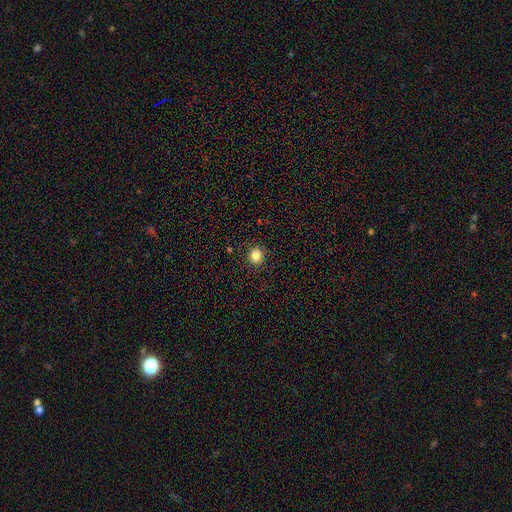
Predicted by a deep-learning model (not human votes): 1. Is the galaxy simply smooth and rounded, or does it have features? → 83% smooth, 11% star or artifact, 6% featured or disk.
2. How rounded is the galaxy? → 83% round, 17% in between, 1% cigar-shaped.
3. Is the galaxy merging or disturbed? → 91% none, 6% minor disturbance, 2% major disturbance, 1% merger.